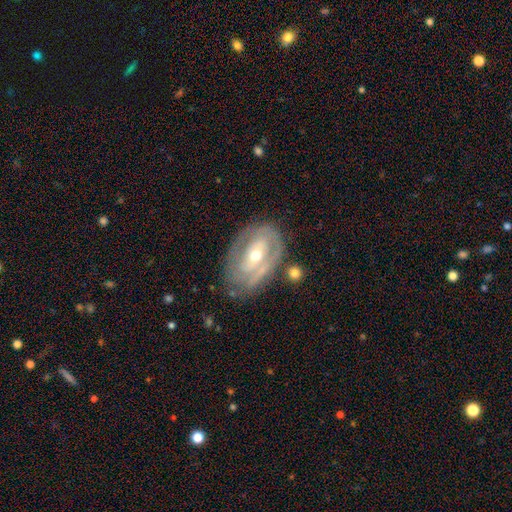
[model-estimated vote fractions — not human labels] A featured or disk galaxy (78%) with no bar (45%), 2 (47%) tight (61%) spiral arms (70%) and a moderate central bulge (58%).

Vote fractions:
- Smooth or featured? featured or disk: 78% / smooth: 17% / star or artifact: 6%
- Edge-on disk? no: 94% / yes: 6%
- Bar? no: 45% / weak: 32% / strong: 22%
- Spiral arms? yes: 70% / no: 30%
- Spiral winding? tight: 61% / medium: 29% / loose: 10%
- Spiral arm count? 2: 47% / can't tell: 32% / 1: 9% / 3: 8% / 4: 2% / more than 4: 2%
- Bulge size? moderate: 58% / small: 37% / large: 3% / dominant: 1% / none: 1%
- Merging? none: 69% / minor disturbance: 19% / major disturbance: 8% / merger: 4%